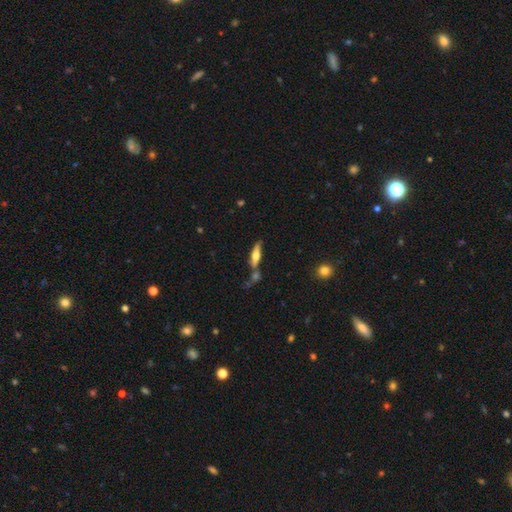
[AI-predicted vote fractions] A featured or disk galaxy (47%).

Vote fractions:
- Smooth or featured? featured or disk: 47% / smooth: 46% / star or artifact: 7%
- Merging? none: 58% / merger: 20% / minor disturbance: 16% / major disturbance: 6%